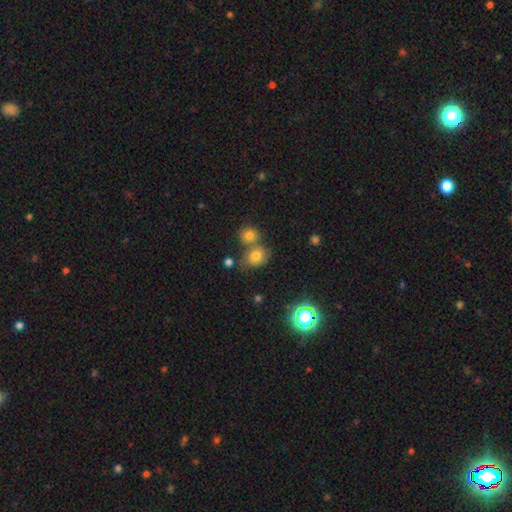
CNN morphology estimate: Smooth or featured? Predicted: smooth (p=0.49). Merging? Predicted: none (p=0.49).